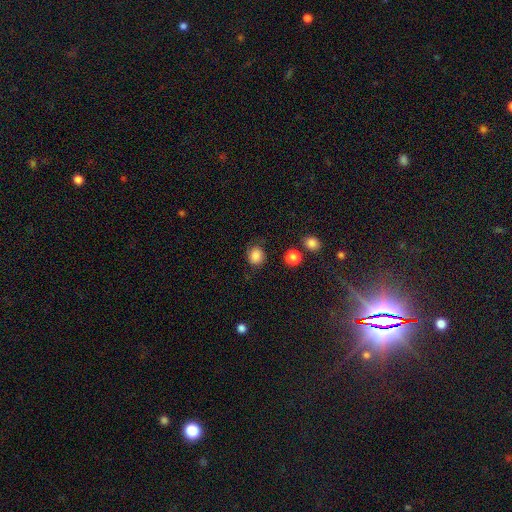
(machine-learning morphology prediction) A smooth galaxy with no disk features (84%) that is round (78%). Merging: none (77%).